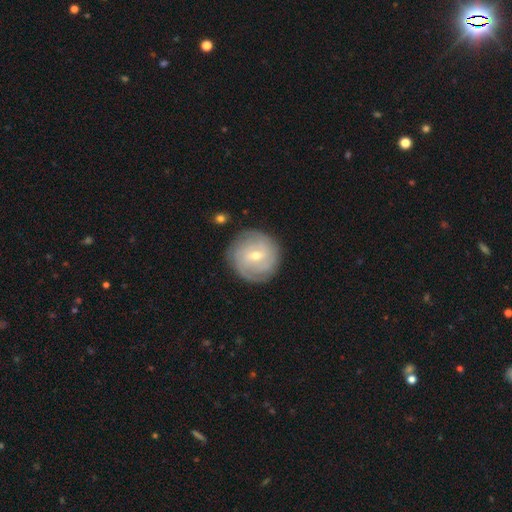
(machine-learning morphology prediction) featured or disk 68%, smooth 24%, star or artifact 7%. Down the decision tree: edge-on disk — no (97%); bar — weak (53%); spiral arms — yes (87%); spiral arm count — can't tell (42%); spiral winding — tight (69%); bulge size — small (53%); merging — none (85%).